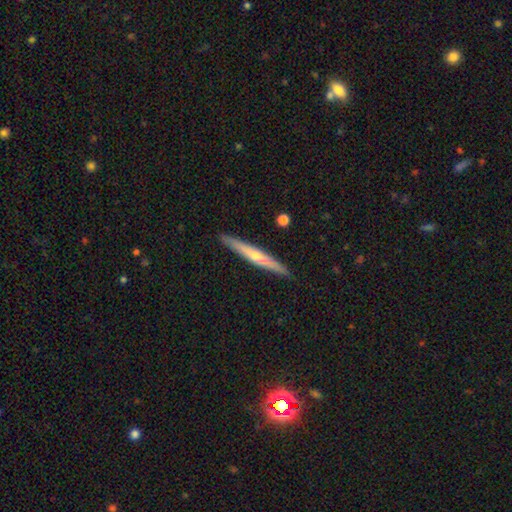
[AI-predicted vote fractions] featured or disk 52%, smooth 43%, star or artifact 5%. Down the decision tree: edge-on disk — yes (96%); merging — none (91%).